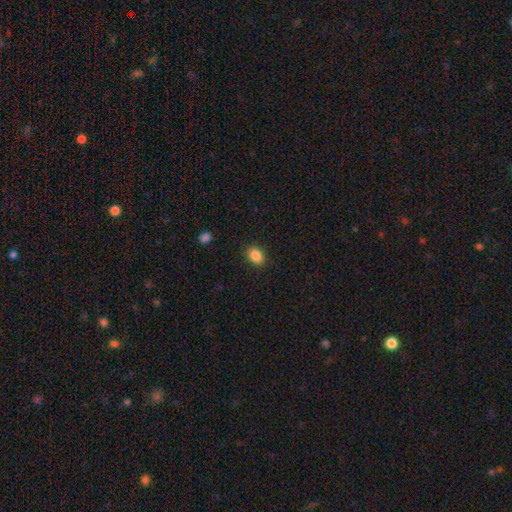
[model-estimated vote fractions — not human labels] smooth-or-featured: smooth: 86% | star or artifact: 9% | featured or disk: 4%
  how-rounded: in between: 72% | round: 27% | cigar-shaped: 1%
  merging: none: 88% | minor disturbance: 9% | major disturbance: 2% | merger: 1%